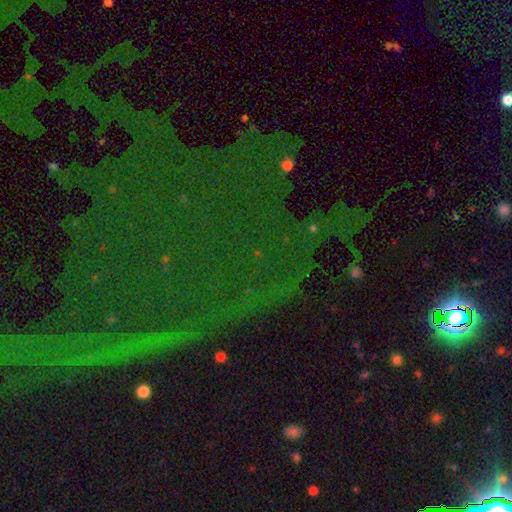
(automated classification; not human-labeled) Smooth or featured?
  - star or artifact: 81% *
  - featured or disk: 10%
  - smooth: 9%